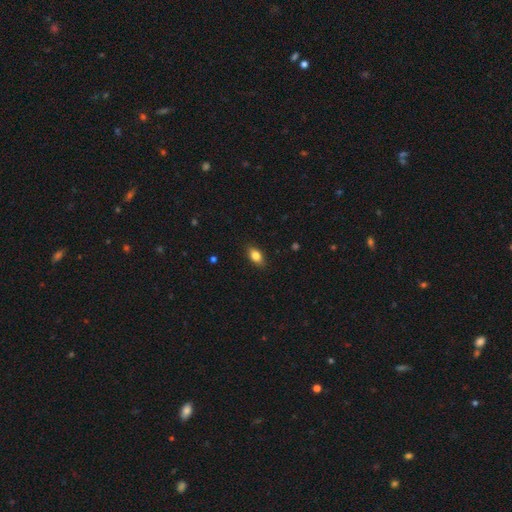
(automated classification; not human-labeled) smooth-or-featured: smooth: 81% | featured or disk: 10% | star or artifact: 8%
  how-rounded: in between: 85% | round: 10% | cigar-shaped: 5%
  merging: none: 87% | minor disturbance: 10% | major disturbance: 2% | merger: 1%